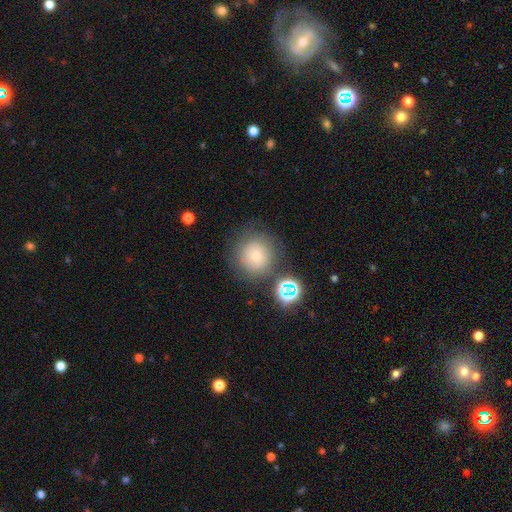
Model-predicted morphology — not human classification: Overall: smooth (56%; star or artifact 23%). How rounded: round (93%). Merging: none (75%).